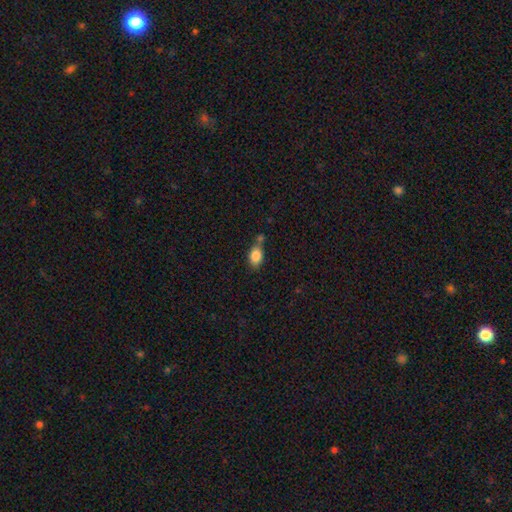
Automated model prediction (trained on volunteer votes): The model was most divided on "merging": none: 50%, merger: 25%, minor disturbance: 19%, major disturbance: 6%. More confident: smooth or featured — smooth (84%); how rounded — in between (78%).